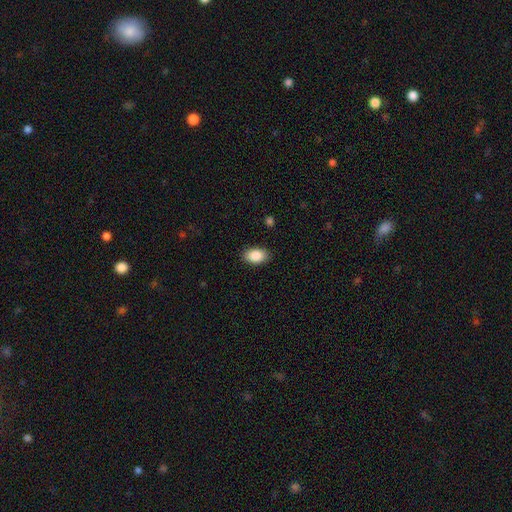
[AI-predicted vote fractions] A smooth galaxy with no disk features (88%) that is in between round and cigar-shaped (90%). Merging: none (88%).